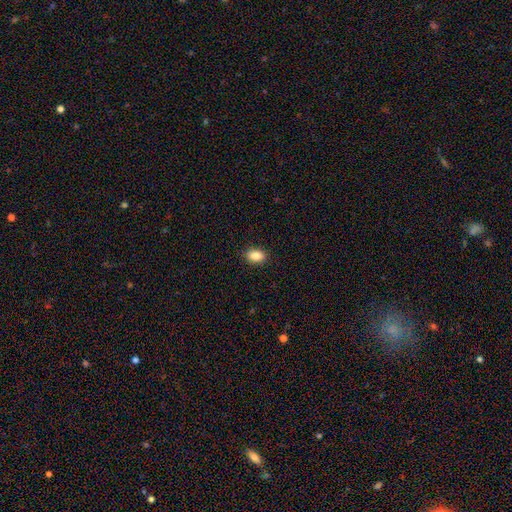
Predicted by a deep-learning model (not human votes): Morphology: type=smooth (88%); roundness=in between (85%); merging=none (89%).